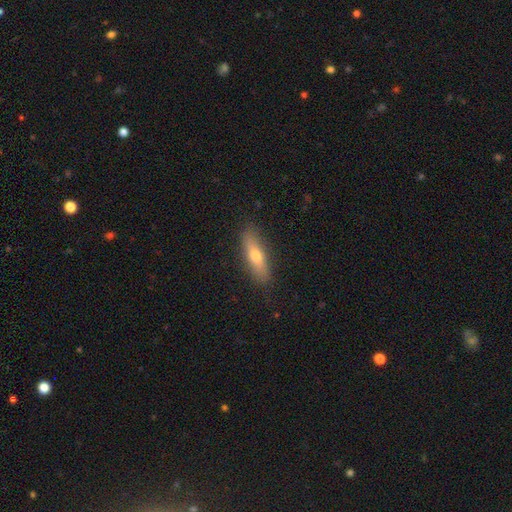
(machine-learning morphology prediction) Smooth or featured? smooth (60%)
How rounded? cigar-shaped (62%)
Merging? none (87%)